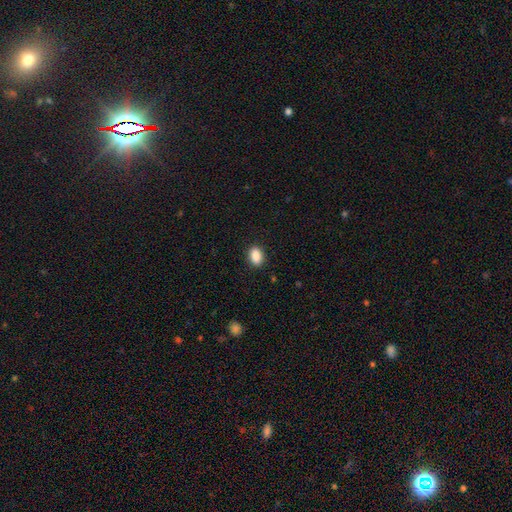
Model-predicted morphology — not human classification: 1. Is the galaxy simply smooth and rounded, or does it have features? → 89% smooth, 8% star or artifact, 3% featured or disk.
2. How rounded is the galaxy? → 84% in between, 14% round, 2% cigar-shaped.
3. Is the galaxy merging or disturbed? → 89% none, 8% minor disturbance, 2% major disturbance, 1% merger.